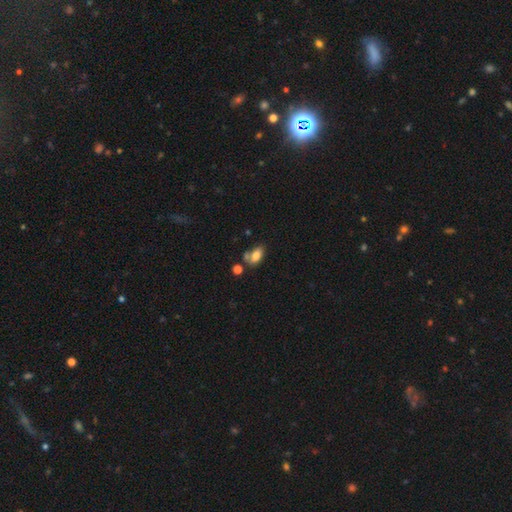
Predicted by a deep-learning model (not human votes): This is likely a smooth galaxy (79%). How rounded: clearly in between (89%). Merging: possibly none (48%).